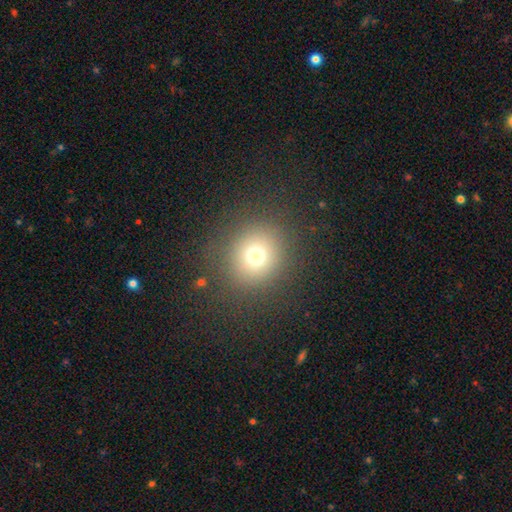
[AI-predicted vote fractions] This appears to be a smooth galaxy with no disk features (72%) that is round (87%). Merging: none (85%).